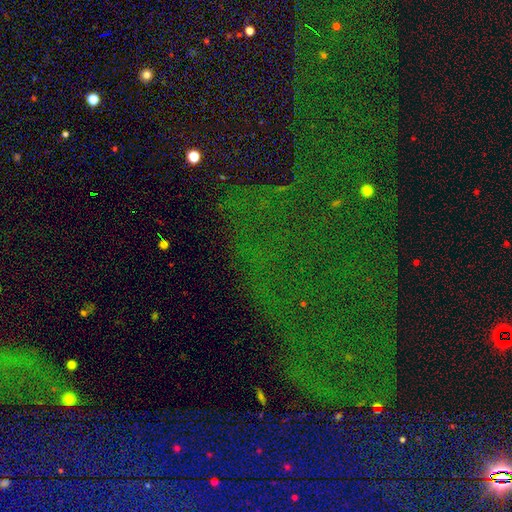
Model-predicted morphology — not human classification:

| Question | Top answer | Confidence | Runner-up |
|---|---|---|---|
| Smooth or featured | star or artifact | 78% | featured or disk (11%) |